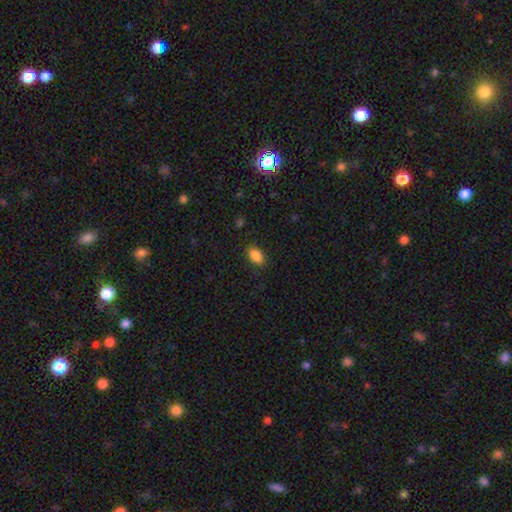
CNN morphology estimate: The model was most divided on "merging": none: 87%, minor disturbance: 10%, major disturbance: 3%, merger: 1%. More confident: how rounded — in between (88%); smooth or featured — smooth (88%).